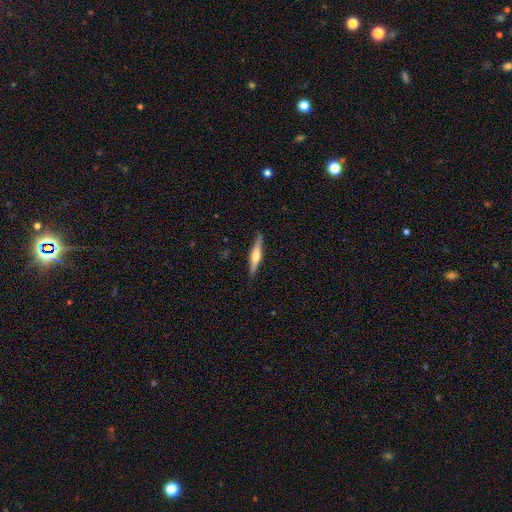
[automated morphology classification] Smooth or featured: featured or disk — 62% (smooth — 32%)
Edge-on disk: yes — 97% (no — 3%)
Edge-on bulge: rounded — 79% (boxy — 14%)
Merging: none — 89% (minor disturbance — 8%)